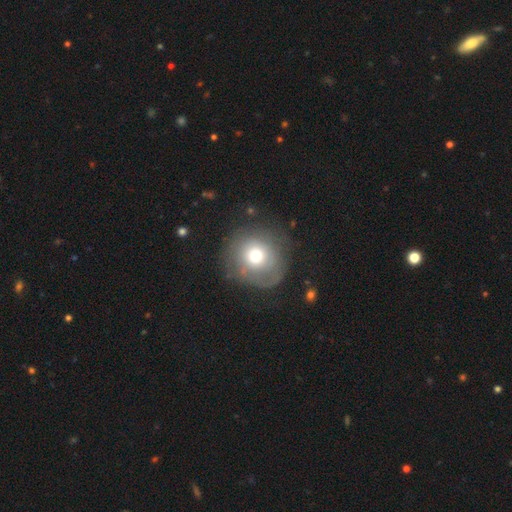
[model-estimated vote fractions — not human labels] smooth-or-featured: smooth: 60% | featured or disk: 29% | star or artifact: 11%
  how-rounded: round: 89% | in between: 10% | cigar-shaped: 1%
  merging: none: 71% | minor disturbance: 17% | major disturbance: 11% | merger: 2%